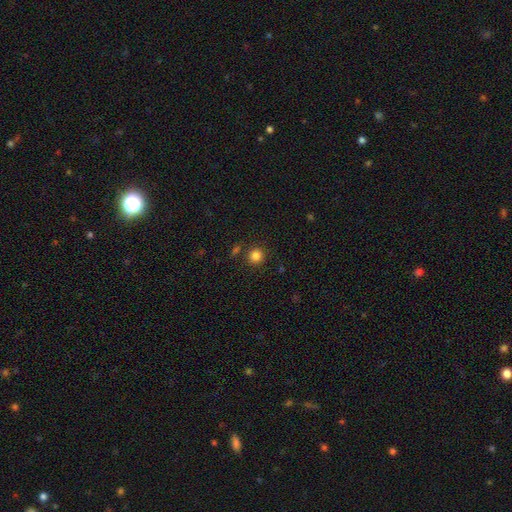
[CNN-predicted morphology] smooth_or_featured: smooth (p=0.83) [alt: star or artifact p=0.12]
how_rounded: round (p=0.93) [alt: in between p=0.06]
merging: none (p=0.85) [alt: minor disturbance p=0.07]